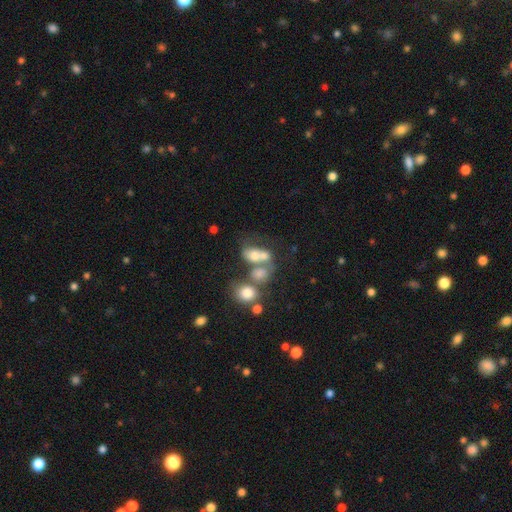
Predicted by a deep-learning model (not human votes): Smooth or featured?
  - smooth: 60% *
  - featured or disk: 25%
  - star or artifact: 15%
How rounded?
  - in between: 65% *
  - round: 32%
  - cigar-shaped: 2%
Merging?
  - merger: 54% *
  - none: 23%
  - major disturbance: 12%
  - minor disturbance: 10%